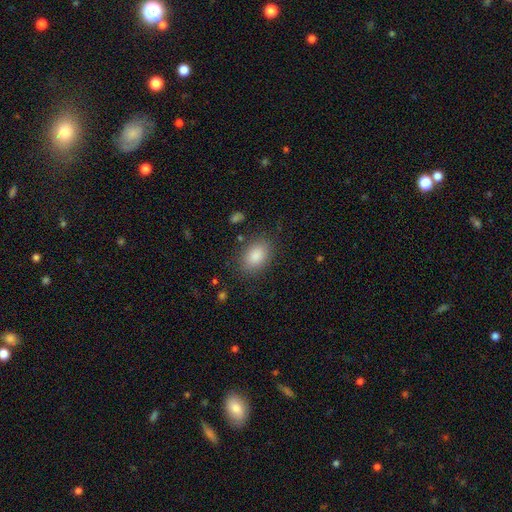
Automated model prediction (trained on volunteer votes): A smooth galaxy with no disk features (86%) that is in between round and cigar-shaped (83%).

Vote fractions:
- Smooth or featured? smooth: 86% / star or artifact: 8% / featured or disk: 6%
- How rounded? in between: 83% / round: 15% / cigar-shaped: 1%
- Merging? none: 81% / minor disturbance: 13% / major disturbance: 5% / merger: 2%